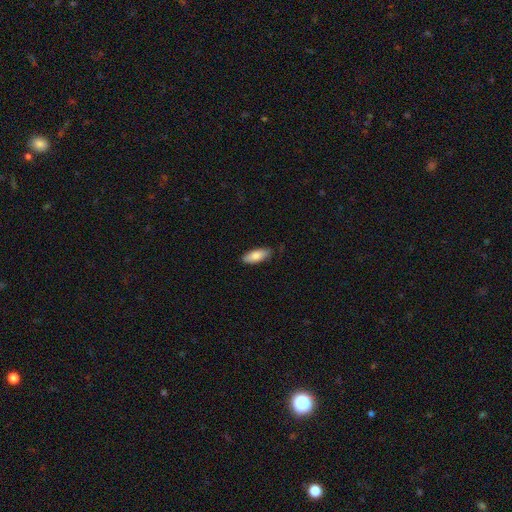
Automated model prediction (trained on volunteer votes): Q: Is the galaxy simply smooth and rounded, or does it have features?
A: smooth — 83%.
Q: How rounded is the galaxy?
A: in between — 76%.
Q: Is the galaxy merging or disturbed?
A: none — 83%.